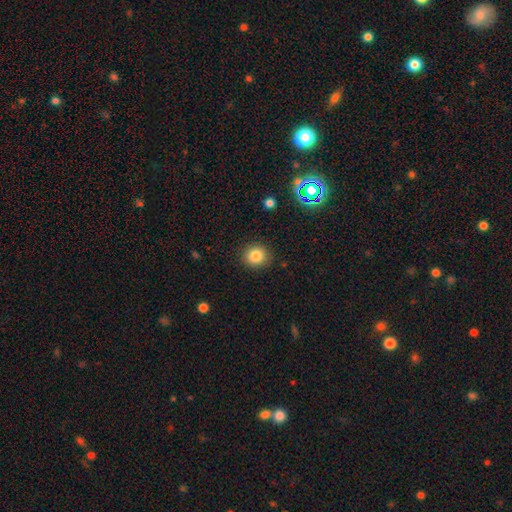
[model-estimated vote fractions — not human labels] The model was most divided on "how rounded": round: 83%, in between: 17%, cigar-shaped: 1%. More confident: merging — none (89%); smooth or featured — smooth (82%).